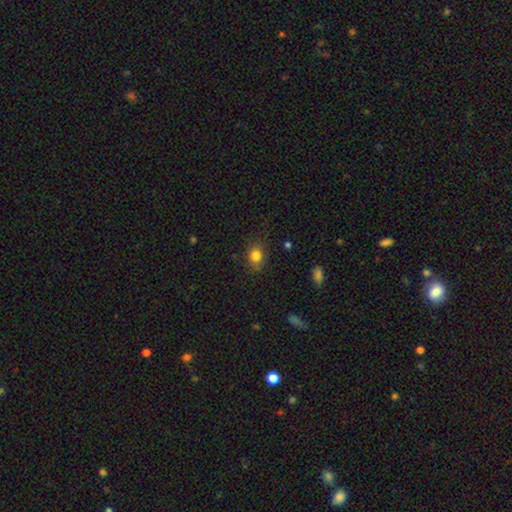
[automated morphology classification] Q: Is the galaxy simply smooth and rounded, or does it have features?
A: smooth — 82%.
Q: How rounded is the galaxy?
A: in between — 53%.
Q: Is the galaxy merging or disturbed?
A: none — 78%.